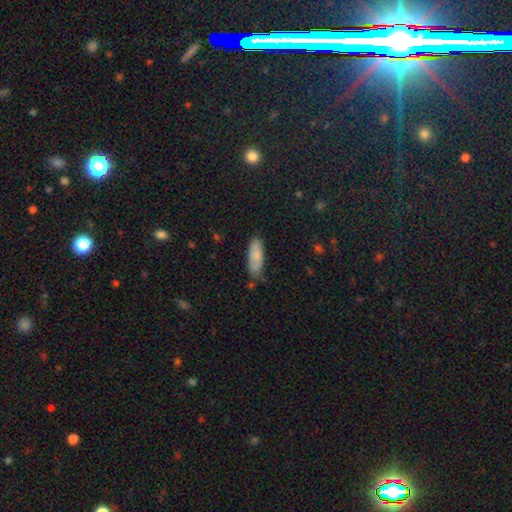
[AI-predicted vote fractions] A smooth galaxy with no disk features (81%) that is in between round and cigar-shaped (67%). Merging: none (68%).